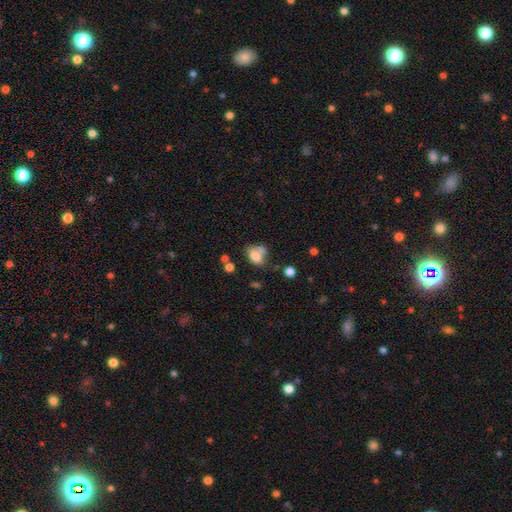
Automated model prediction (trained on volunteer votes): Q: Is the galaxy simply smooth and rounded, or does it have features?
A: smooth — 74%.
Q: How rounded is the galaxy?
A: in between — 81%.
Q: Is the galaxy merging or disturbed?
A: none — 38%.